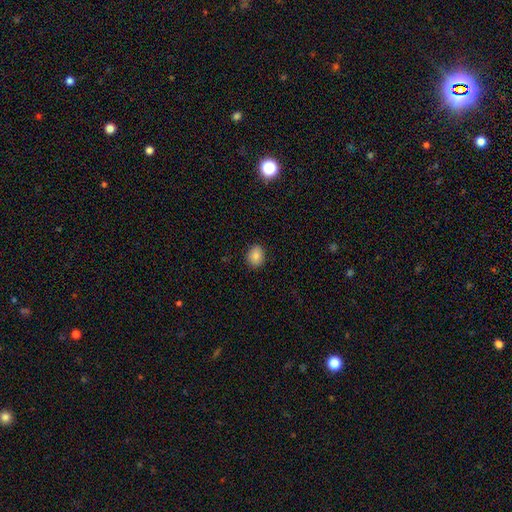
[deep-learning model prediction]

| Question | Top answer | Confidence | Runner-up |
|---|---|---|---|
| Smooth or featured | smooth | 86% | star or artifact (9%) |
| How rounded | round | 55% | in between (44%) |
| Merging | none | 89% | minor disturbance (8%) |